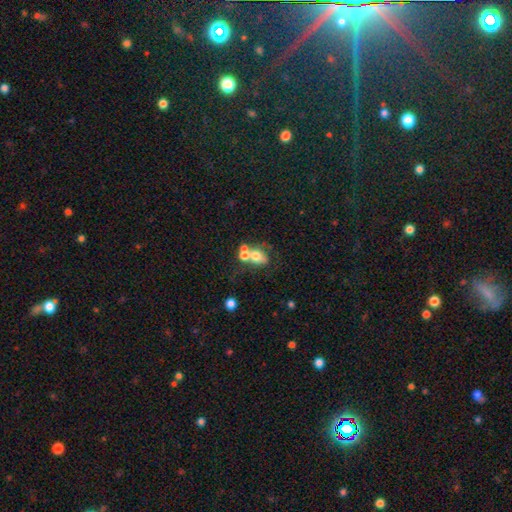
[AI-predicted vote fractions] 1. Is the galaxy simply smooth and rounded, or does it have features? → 63% smooth, 25% featured or disk, 12% star or artifact.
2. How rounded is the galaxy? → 52% in between, 47% round, 1% cigar-shaped.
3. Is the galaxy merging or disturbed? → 54% merger, 26% none, 10% minor disturbance, 9% major disturbance.